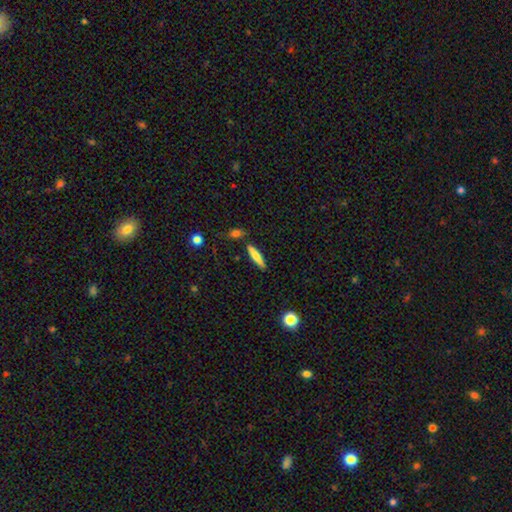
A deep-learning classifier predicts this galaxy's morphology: smooth-or-featured: smooth: 66% | featured or disk: 27% | star or artifact: 6%
  how-rounded: cigar-shaped: 85% | in between: 13% | round: 2%
  merging: none: 83% | minor disturbance: 10% | merger: 5% | major disturbance: 2%